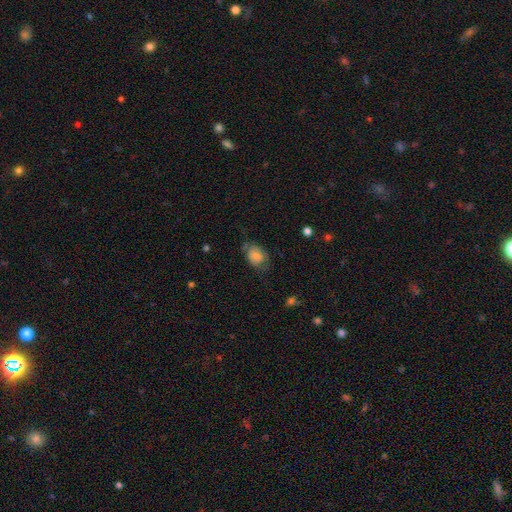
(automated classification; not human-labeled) Overall: smooth (74%). How rounded: in between (68%; round 31%). Merging: none (51%; minor disturbance 30%).